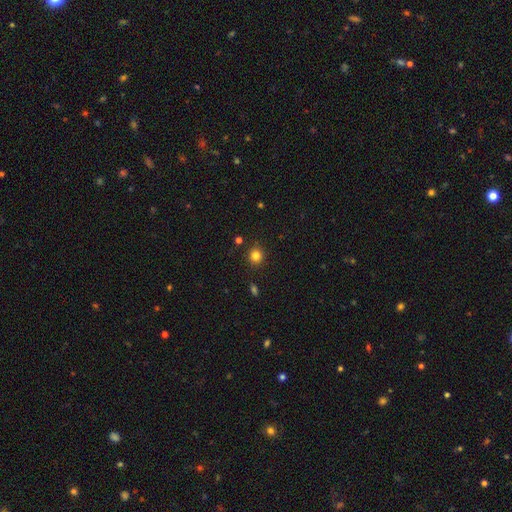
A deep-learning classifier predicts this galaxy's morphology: smooth-or-featured: smooth: 81% | star or artifact: 13% | featured or disk: 5%
  how-rounded: round: 89% | in between: 10% | cigar-shaped: 1%
  merging: none: 88% | minor disturbance: 7% | merger: 2% | major disturbance: 2%